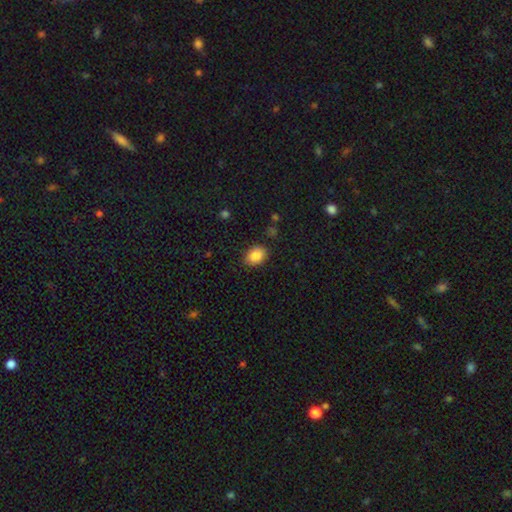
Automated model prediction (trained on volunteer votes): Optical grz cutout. It shows a smooth galaxy with no disk features (87%) that is in between round and cigar-shaped (74%). Merging: none (84%).